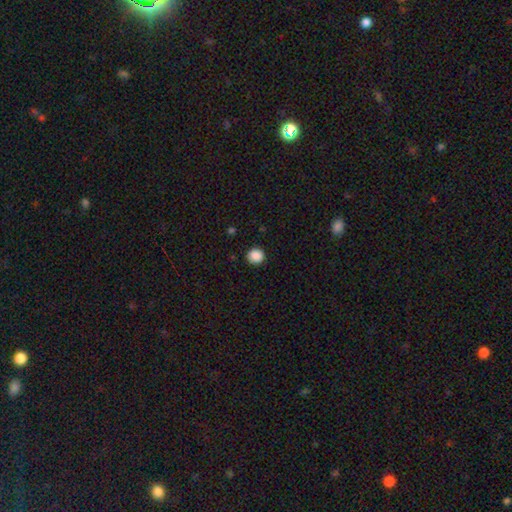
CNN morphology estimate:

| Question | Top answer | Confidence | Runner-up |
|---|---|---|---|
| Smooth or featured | smooth | 88% | star or artifact (9%) |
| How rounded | round | 90% | in between (9%) |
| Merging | none | 91% | minor disturbance (6%) |